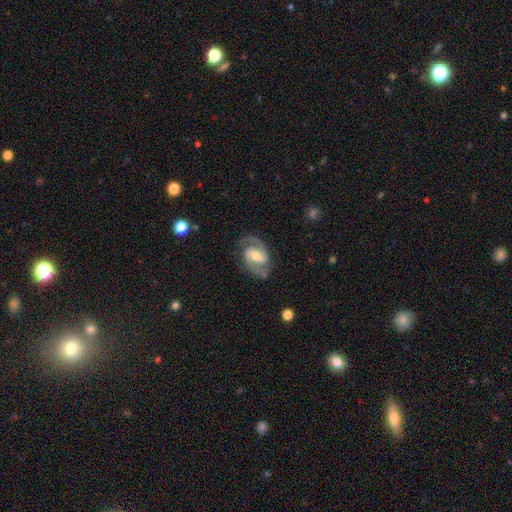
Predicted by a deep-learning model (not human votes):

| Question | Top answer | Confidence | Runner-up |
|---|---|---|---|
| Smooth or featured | featured or disk | 91% | smooth (5%) |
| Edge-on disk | no | 98% | yes (2%) |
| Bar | weak | 47% | strong (34%) |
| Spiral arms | yes | 98% | no (2%) |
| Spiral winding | medium | 62% | tight (26%) |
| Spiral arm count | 2 | 94% | can't tell (2%) |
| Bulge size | moderate | 65% | small (26%) |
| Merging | none | 82% | minor disturbance (12%) |